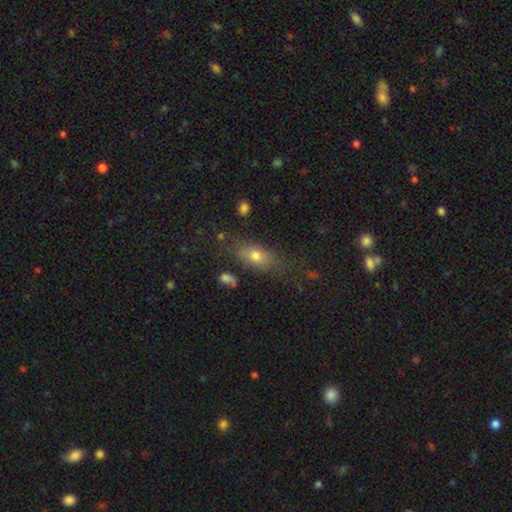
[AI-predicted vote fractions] smooth_or_featured: smooth (p=0.72) [alt: featured or disk p=0.17]
how_rounded: in between (p=0.77) [alt: cigar-shaped p=0.13]
merging: none (p=0.70) [alt: minor disturbance p=0.19]